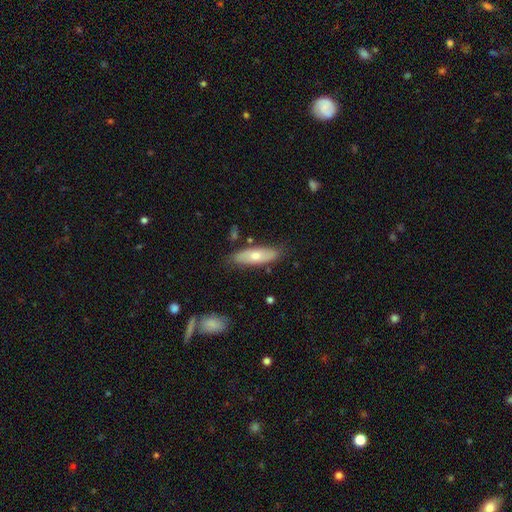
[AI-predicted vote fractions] Overall: smooth (59%; featured or disk 34%). How rounded: in between (60%; cigar-shaped 38%). Merging: none (80%).